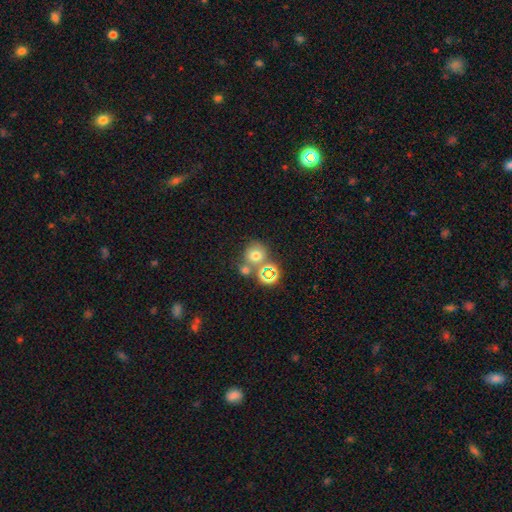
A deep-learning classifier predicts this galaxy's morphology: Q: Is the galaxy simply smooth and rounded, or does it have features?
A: smooth — 65%.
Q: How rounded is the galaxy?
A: round — 81%.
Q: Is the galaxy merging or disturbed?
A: none — 52%.